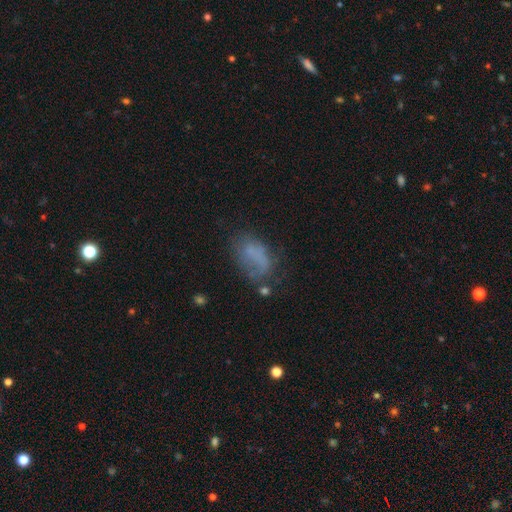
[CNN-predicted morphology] Smooth or featured: smooth — 62% (featured or disk — 24%)
How rounded: in between — 89% (round — 8%)
Merging: none — 42% (minor disturbance — 27%)